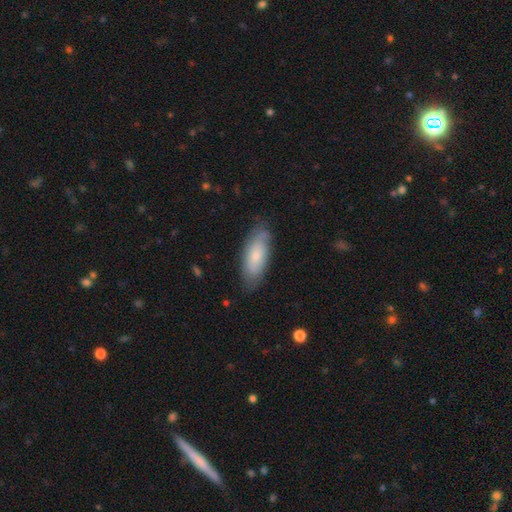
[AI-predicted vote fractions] smooth 65%, featured or disk 29%, star or artifact 7%. Down the decision tree: how rounded — in between (74%); merging — none (77%).